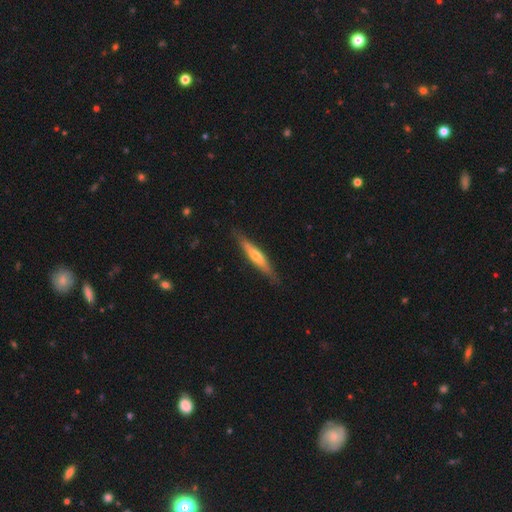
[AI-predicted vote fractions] smooth-or-featured: featured or disk: 53% | smooth: 42% | star or artifact: 5%
  disk-edge-on: yes: 94% | no: 6%
  merging: none: 87% | minor disturbance: 10% | major disturbance: 2% | merger: 1%